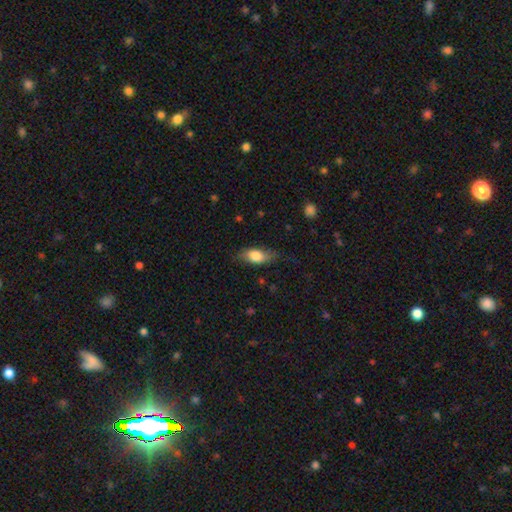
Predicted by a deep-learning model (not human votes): smooth_or_featured: smooth (p=0.72) [alt: featured or disk p=0.22]
how_rounded: in between (p=0.80) [alt: cigar-shaped p=0.14]
merging: none (p=0.69) [alt: minor disturbance p=0.23]